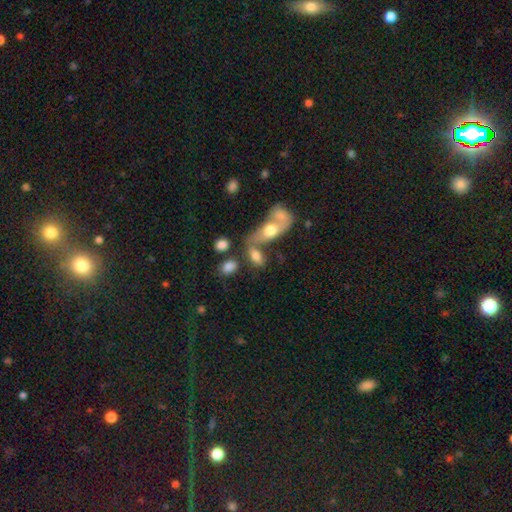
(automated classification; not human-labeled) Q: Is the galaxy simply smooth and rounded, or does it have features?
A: smooth — 70%.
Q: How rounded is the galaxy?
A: in between — 83%.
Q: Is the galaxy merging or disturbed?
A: merger — 42%.